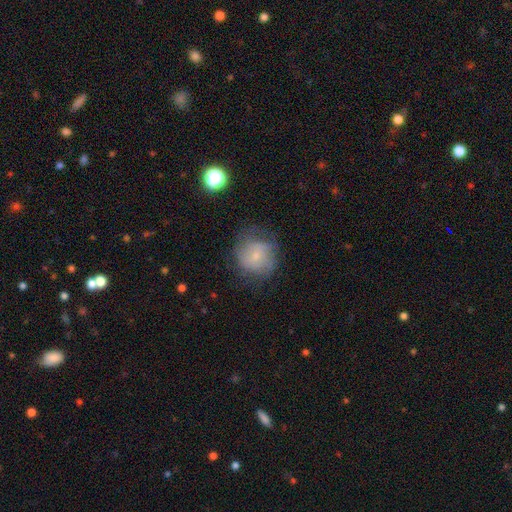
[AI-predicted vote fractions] The model was most divided on "smooth or featured": smooth: 54%, featured or disk: 36%, star or artifact: 10%. More confident: how rounded — round (87%); merging — none (59%).